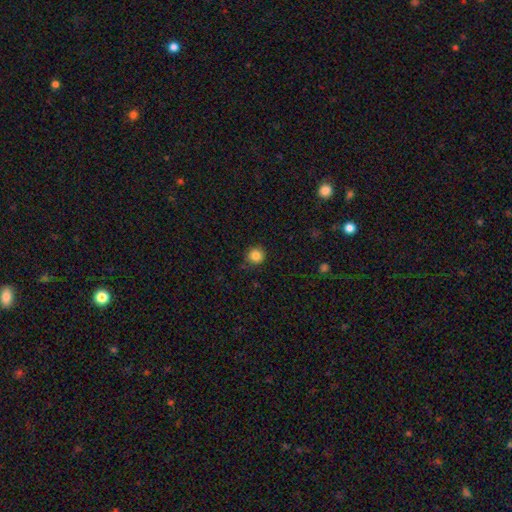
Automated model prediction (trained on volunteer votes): Smooth or featured? smooth (85%)
How rounded? round (93%)
Merging? none (88%)